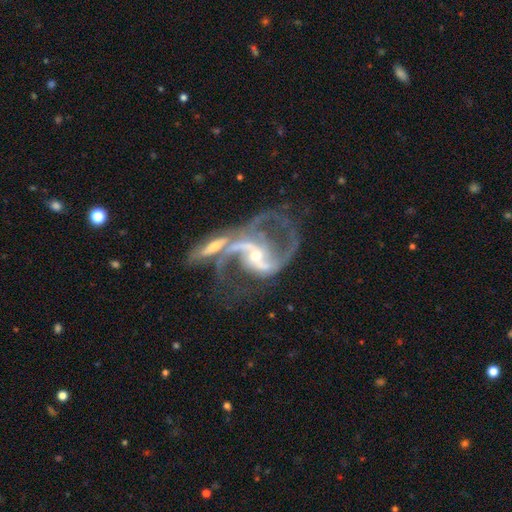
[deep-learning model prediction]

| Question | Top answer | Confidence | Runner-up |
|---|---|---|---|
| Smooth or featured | featured or disk | 89% | star or artifact (6%) |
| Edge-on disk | no | 96% | yes (4%) |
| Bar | weak | 35% | no (34%) |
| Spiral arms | yes | 95% | no (5%) |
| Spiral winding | loose | 50% | medium (40%) |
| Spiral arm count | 2 | 82% | can't tell (6%) |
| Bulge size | small | 51% | moderate (44%) |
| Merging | merger | 51% | major disturbance (20%) |